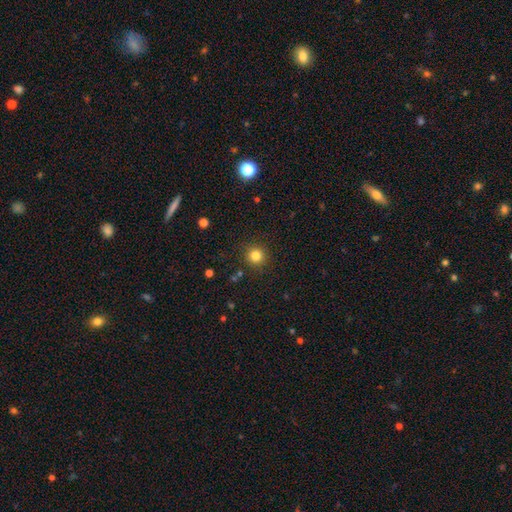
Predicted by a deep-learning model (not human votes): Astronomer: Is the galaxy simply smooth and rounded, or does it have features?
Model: smooth — 81%.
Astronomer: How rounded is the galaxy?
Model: round — 94%.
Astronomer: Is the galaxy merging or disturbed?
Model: none — 90%.